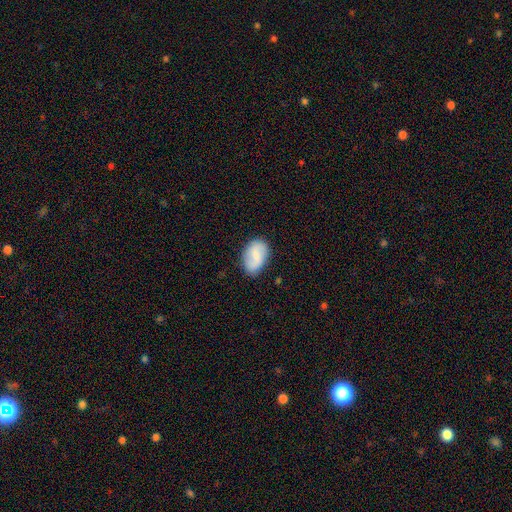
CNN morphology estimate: type=smooth (55%); roundness=in between (88%); merging=none (80%).